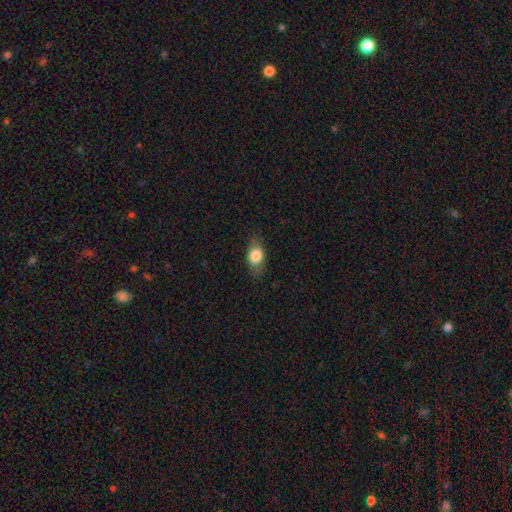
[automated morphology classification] A smooth galaxy with no disk features (77%) that is in between round and cigar-shaped (75%).

Vote fractions:
- Smooth or featured? smooth: 77% / featured or disk: 15% / star or artifact: 8%
- How rounded? in between: 75% / round: 19% / cigar-shaped: 5%
- Merging? none: 76% / minor disturbance: 17% / major disturbance: 6% / merger: 1%